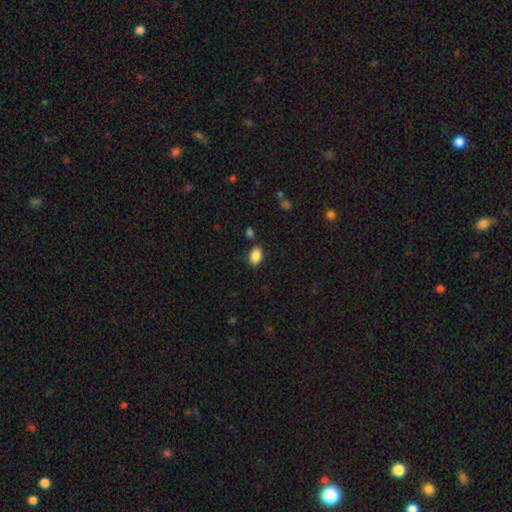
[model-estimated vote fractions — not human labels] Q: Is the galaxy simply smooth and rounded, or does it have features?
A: smooth — 88%.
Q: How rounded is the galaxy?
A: in between — 89%.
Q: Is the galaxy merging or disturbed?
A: none — 82%.